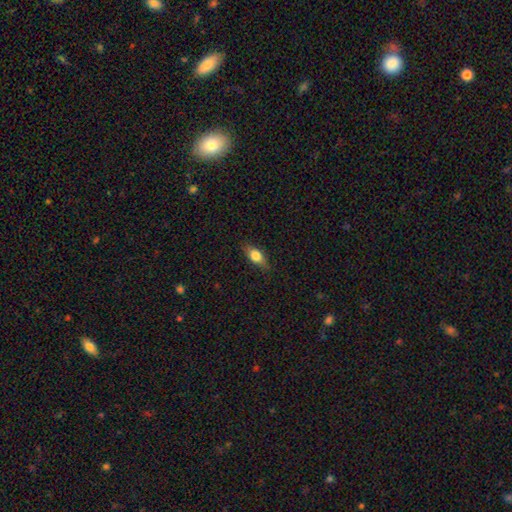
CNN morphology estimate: Q: Smooth or featured?
A: smooth (73%); runner-up: featured or disk (19%)
Q: How rounded?
A: in between (79%); runner-up: cigar-shaped (14%)
Q: Merging?
A: none (81%); runner-up: minor disturbance (15%)